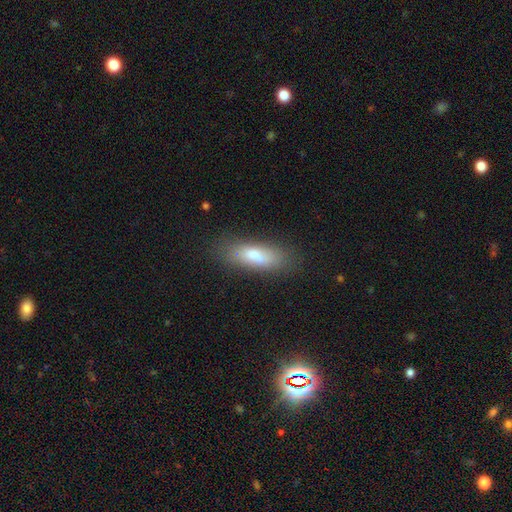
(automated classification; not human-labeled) Overall: smooth (71%). How rounded: in between (61%; cigar-shaped 36%). Merging: none (73%).